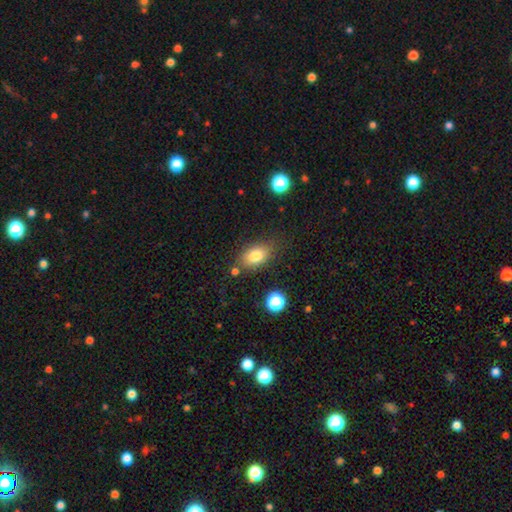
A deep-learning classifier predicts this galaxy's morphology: smooth 79%, featured or disk 11%, star or artifact 10%. Down the decision tree: how rounded — in between (83%); merging — none (76%).